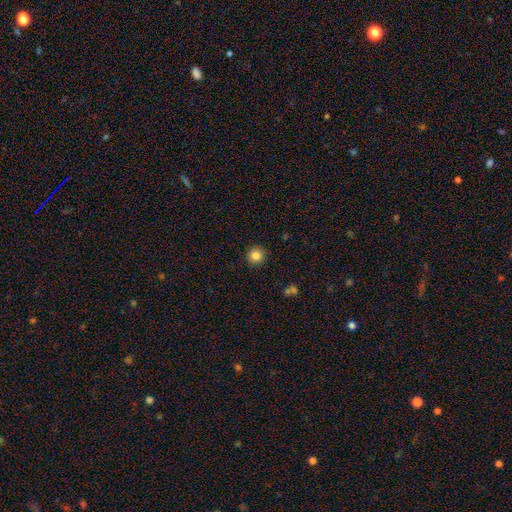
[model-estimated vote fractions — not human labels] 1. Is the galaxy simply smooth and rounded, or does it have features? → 83% smooth, 11% star or artifact, 6% featured or disk.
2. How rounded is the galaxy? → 95% round, 4% in between, 1% cigar-shaped.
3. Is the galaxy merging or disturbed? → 92% none, 5% minor disturbance, 2% major disturbance, 1% merger.